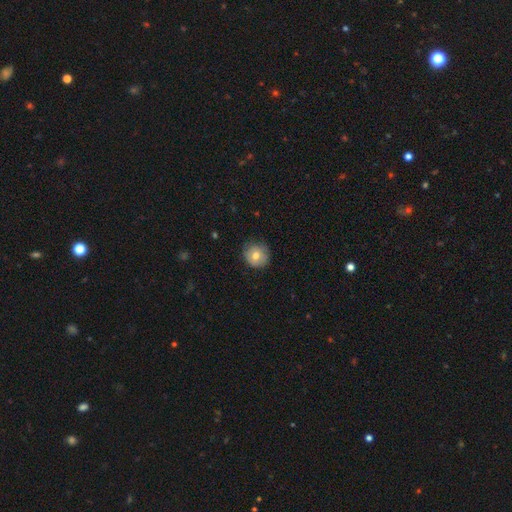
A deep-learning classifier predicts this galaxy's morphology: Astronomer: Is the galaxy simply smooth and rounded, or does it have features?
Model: smooth — 70%.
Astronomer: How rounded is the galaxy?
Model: round — 91%.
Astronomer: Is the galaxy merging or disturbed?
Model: none — 77%.